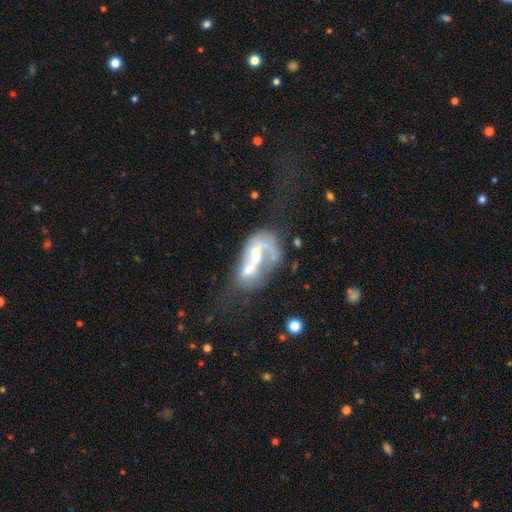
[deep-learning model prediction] This appears to be a featured or disk galaxy (65%) with no bar (56%), spiral arms (54%) and a moderate central bulge (44%). Merging: merger (56%).